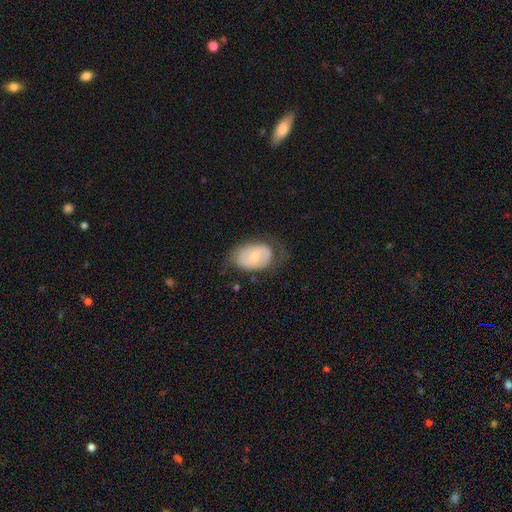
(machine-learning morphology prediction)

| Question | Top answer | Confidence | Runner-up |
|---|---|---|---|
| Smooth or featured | featured or disk | 50% | smooth (44%) |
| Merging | none | 56% | minor disturbance (26%) |